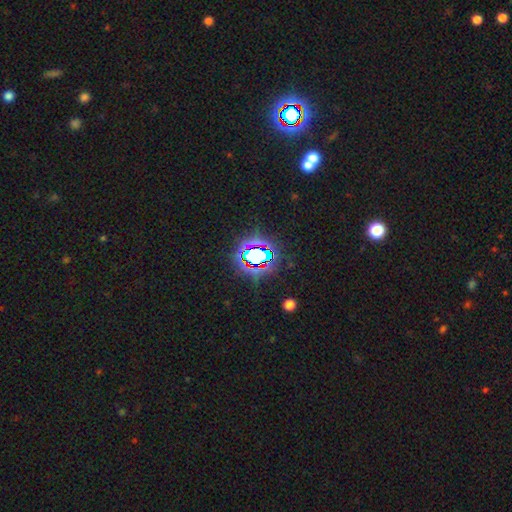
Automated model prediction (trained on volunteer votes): This appears to be a star or artifact, not a galaxy (74%).